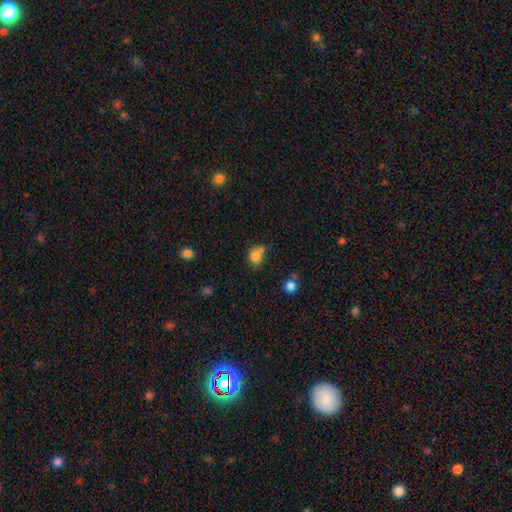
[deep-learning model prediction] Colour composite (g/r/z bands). It shows a smooth galaxy with no disk features (79%) that is round (65%). Merging: none (40%).